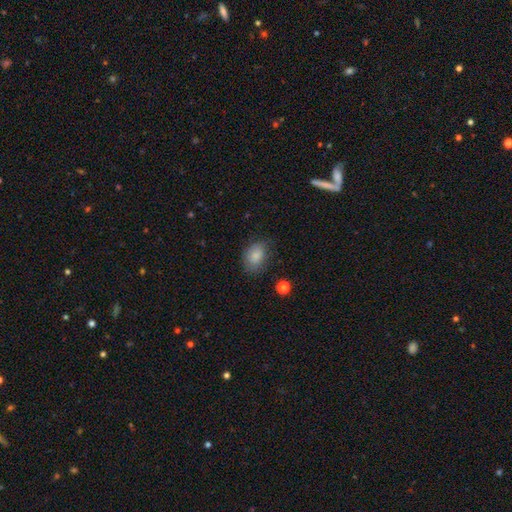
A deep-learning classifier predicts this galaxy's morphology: Q: Smooth or featured?
A: smooth (82%); runner-up: featured or disk (10%)
Q: How rounded?
A: in between (78%); runner-up: round (21%)
Q: Merging?
A: none (70%); runner-up: minor disturbance (22%)